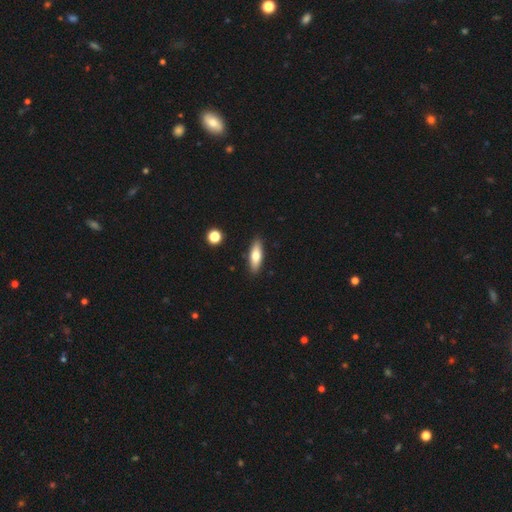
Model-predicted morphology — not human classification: smooth 69%, featured or disk 24%, star or artifact 6%. Down the decision tree: how rounded — in between (54%); merging — none (89%).